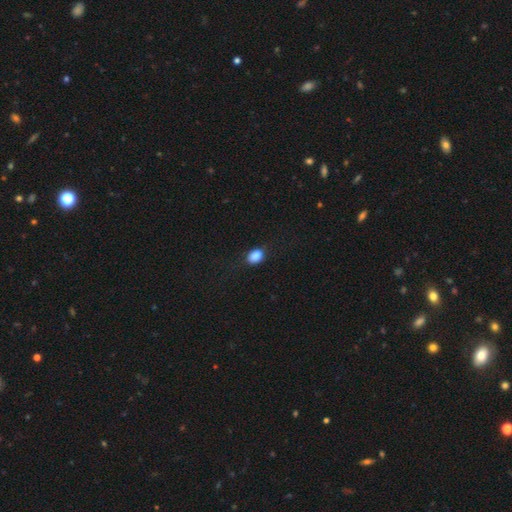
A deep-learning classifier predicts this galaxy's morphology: This appears to be a smooth galaxy with no disk features (87%) that is in between round and cigar-shaped (76%). Merging: none (80%).